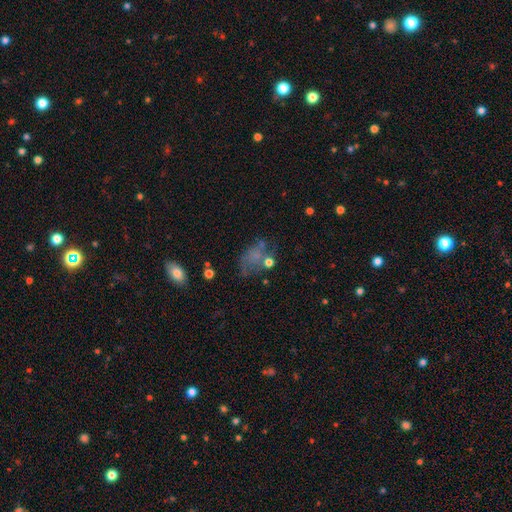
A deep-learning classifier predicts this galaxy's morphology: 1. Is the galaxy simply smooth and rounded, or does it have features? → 47% smooth, 34% featured or disk, 19% star or artifact.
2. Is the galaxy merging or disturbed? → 38% none, 30% major disturbance, 22% minor disturbance, 10% merger.